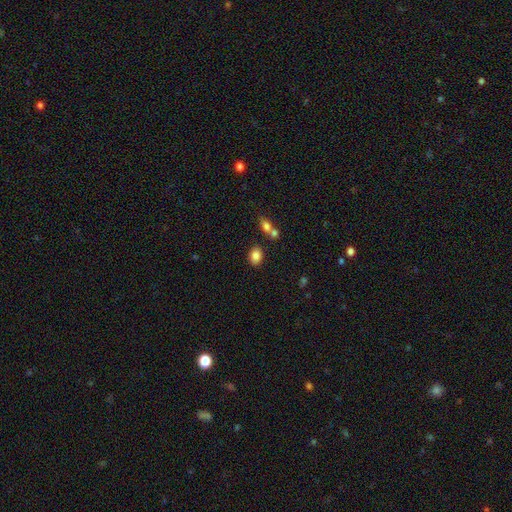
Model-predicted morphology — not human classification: This is clearly a smooth galaxy (84%). How rounded: likely in between (74%). Merging: likely none (79%).